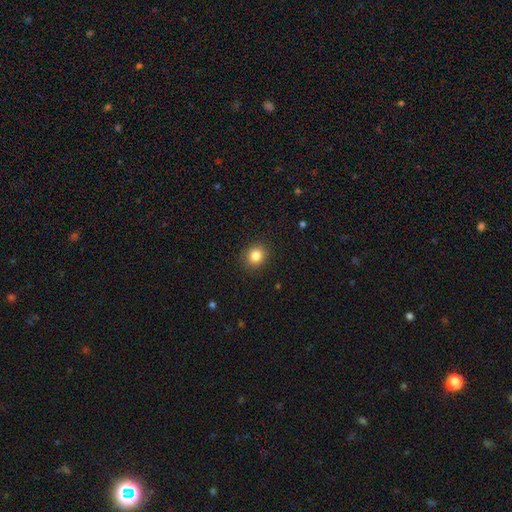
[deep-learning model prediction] smooth_or_featured: smooth (p=0.85) [alt: star or artifact p=0.10]
how_rounded: round (p=0.75) [alt: in between p=0.24]
merging: none (p=0.89) [alt: minor disturbance p=0.07]